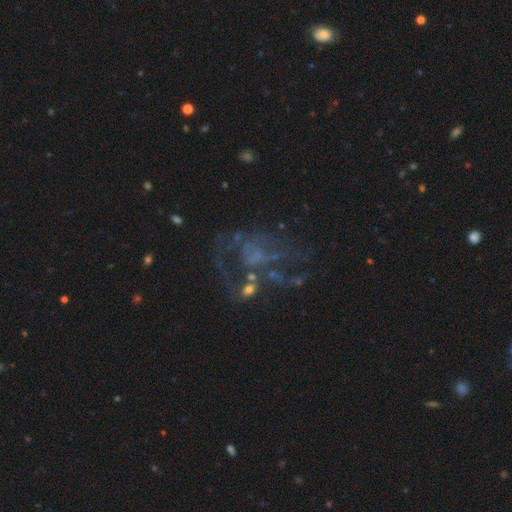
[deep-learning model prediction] featured or disk 66%, star or artifact 20%, smooth 15%. Down the decision tree: edge-on disk — no (97%); bar — no (75%); spiral arms — yes (50%, tied with no); bulge size — none (57%); merging — none (39%).